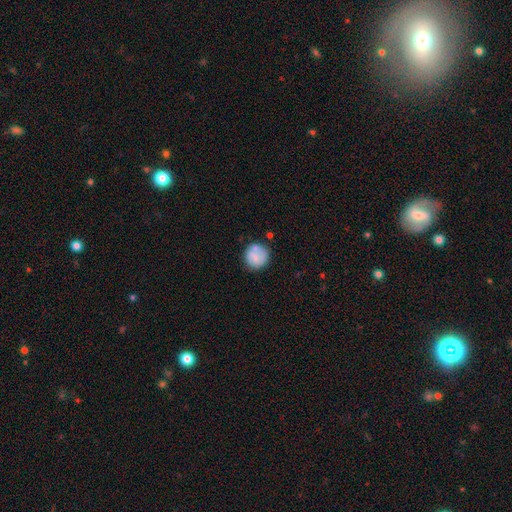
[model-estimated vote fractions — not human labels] smooth 75%, featured or disk 18%, star or artifact 7%. Down the decision tree: how rounded — round (91%); merging — none (72%).